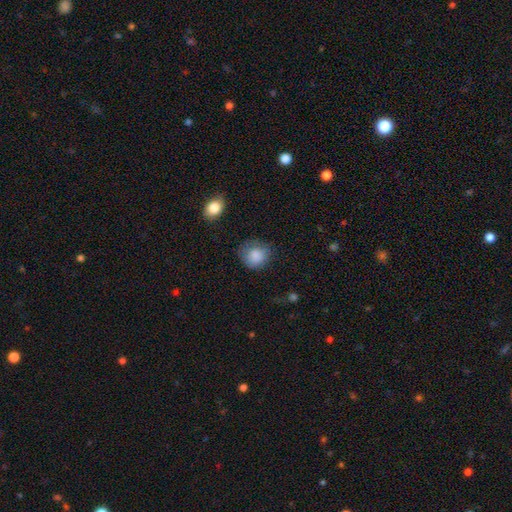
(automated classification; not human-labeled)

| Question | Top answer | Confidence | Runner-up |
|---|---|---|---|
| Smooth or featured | smooth | 86% | star or artifact (7%) |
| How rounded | round | 82% | in between (17%) |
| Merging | none | 68% | minor disturbance (23%) |